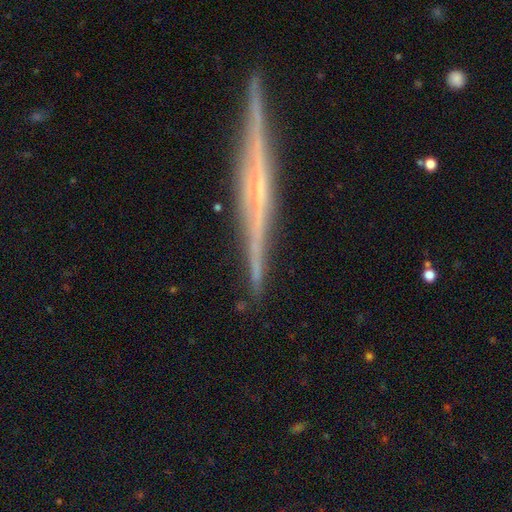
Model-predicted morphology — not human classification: This is clearly a featured or disk galaxy (82%). It is clearly viewed edge-on (98%). Edge-on bulge: possibly none (55%). Merging: clearly none (88%).